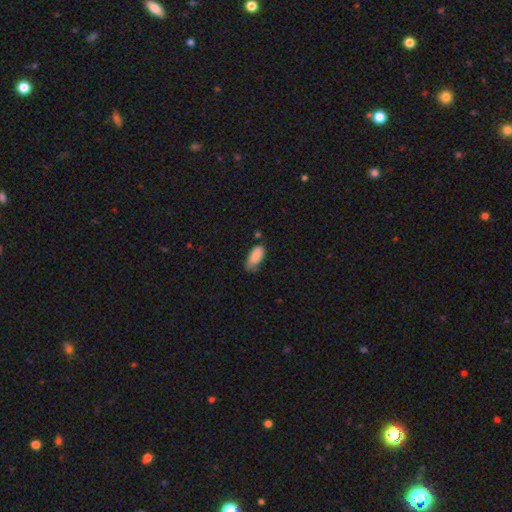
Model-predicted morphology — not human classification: smooth-or-featured: smooth: 85% | featured or disk: 8% | star or artifact: 7%
  how-rounded: in between: 90% | cigar-shaped: 7% | round: 2%
  merging: none: 51% | minor disturbance: 36% | major disturbance: 9% | merger: 4%